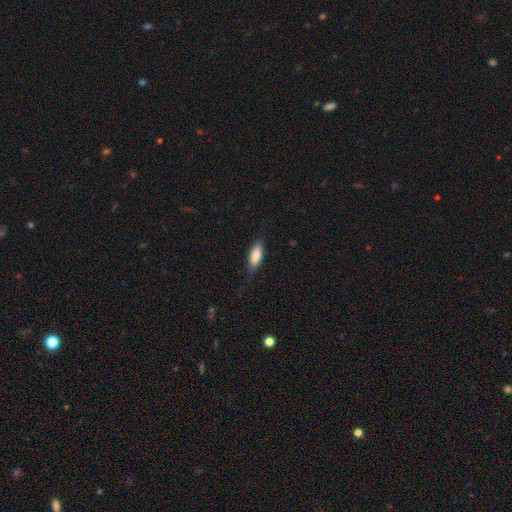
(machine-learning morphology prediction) Q: Smooth or featured?
A: smooth (81%); runner-up: featured or disk (13%)
Q: How rounded?
A: in between (77%); runner-up: cigar-shaped (21%)
Q: Merging?
A: none (72%); runner-up: minor disturbance (21%)